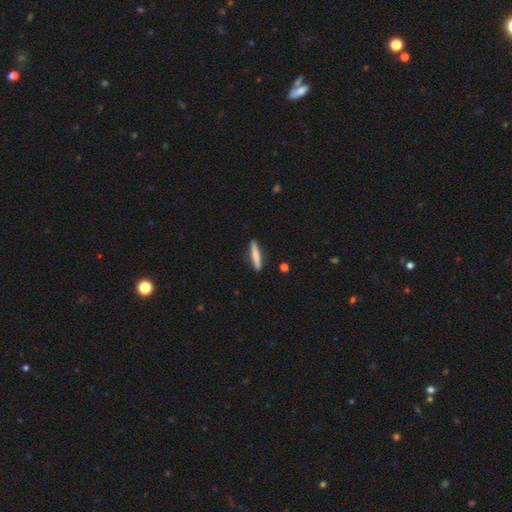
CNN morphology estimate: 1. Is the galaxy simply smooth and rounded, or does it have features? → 71% smooth, 24% featured or disk, 5% star or artifact.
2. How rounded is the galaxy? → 91% cigar-shaped, 7% in between, 1% round.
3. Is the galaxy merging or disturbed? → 89% none, 8% minor disturbance, 1% major disturbance, 1% merger.